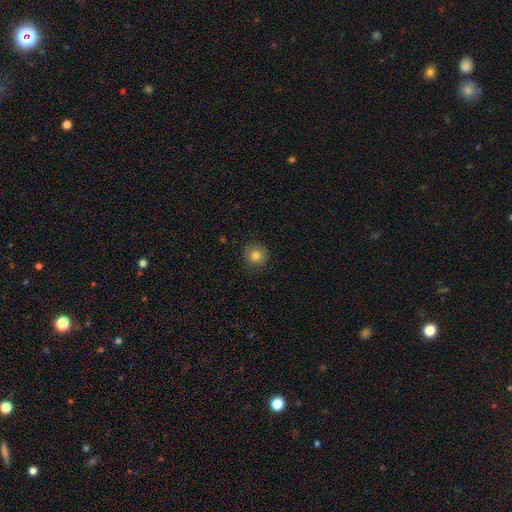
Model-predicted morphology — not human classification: The model was most divided on "smooth or featured": smooth: 81%, star or artifact: 11%, featured or disk: 8%. More confident: how rounded — round (93%); merging — none (88%).